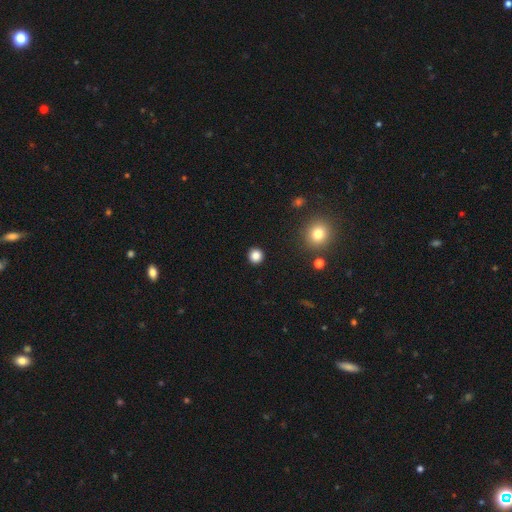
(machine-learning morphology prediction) A smooth galaxy with no disk features (84%) that is round (93%). Merging: none (92%).